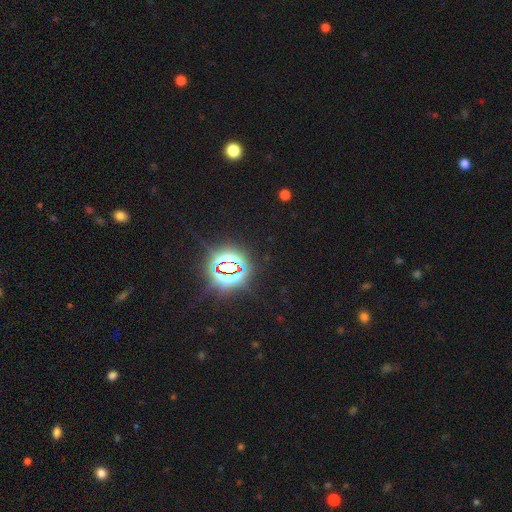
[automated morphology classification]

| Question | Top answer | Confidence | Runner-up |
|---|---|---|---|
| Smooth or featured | star or artifact | 83% | smooth (12%) |